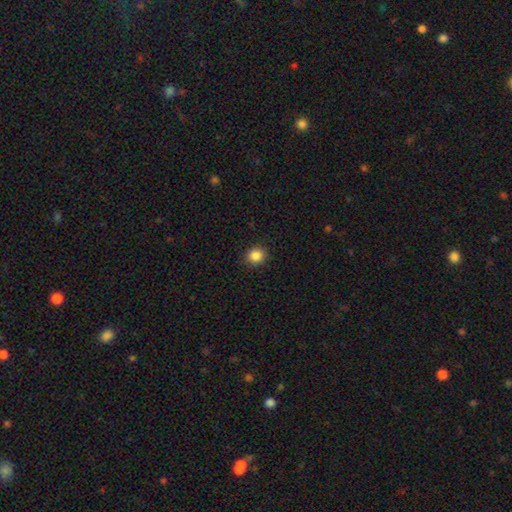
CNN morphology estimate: This is clearly a smooth galaxy (86%). How rounded: clearly round (86%). Merging: clearly none (92%).